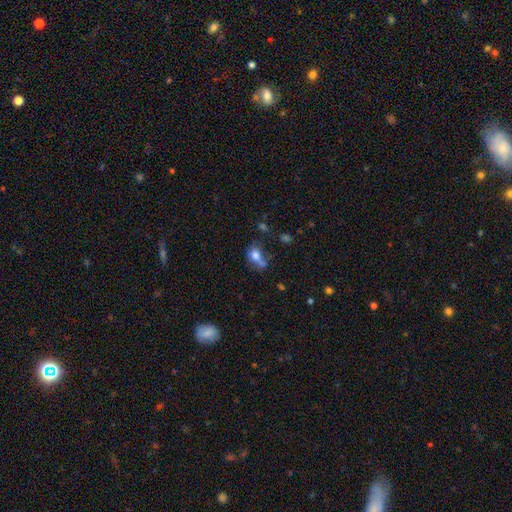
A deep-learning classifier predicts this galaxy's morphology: This is likely a smooth galaxy (72%). How rounded: likely in between (64%). Merging: marginally none (33%).